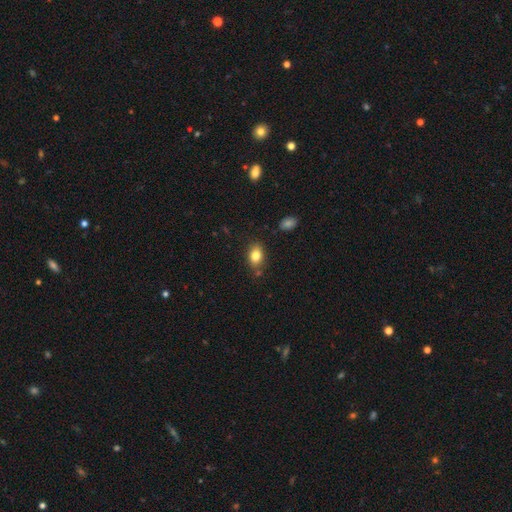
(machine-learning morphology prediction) This appears to be a smooth galaxy with no disk features (83%) that is in between round and cigar-shaped (80%). Merging: none (78%).